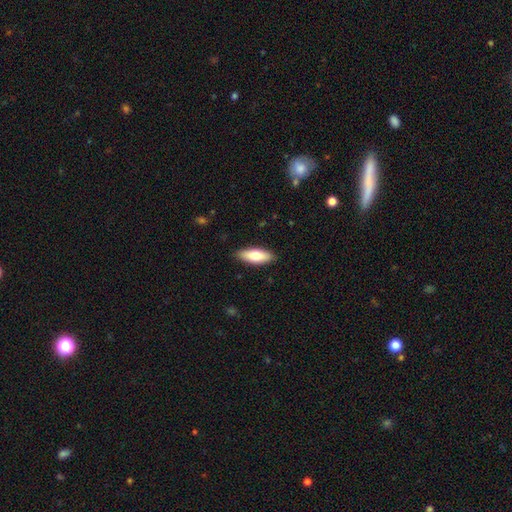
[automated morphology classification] Smooth or featured?
  - smooth: 77% *
  - featured or disk: 17%
  - star or artifact: 6%
How rounded?
  - in between: 67% *
  - cigar-shaped: 31%
  - round: 2%
Merging?
  - none: 88% *
  - minor disturbance: 9%
  - major disturbance: 2%
  - merger: 1%